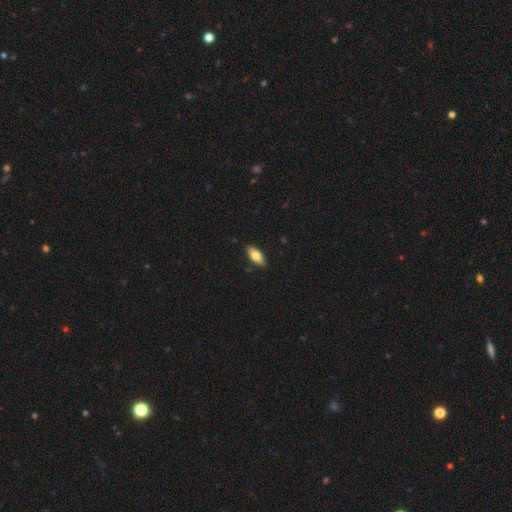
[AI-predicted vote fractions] Overall: smooth (72%). How rounded: in between (82%). Merging: none (87%).